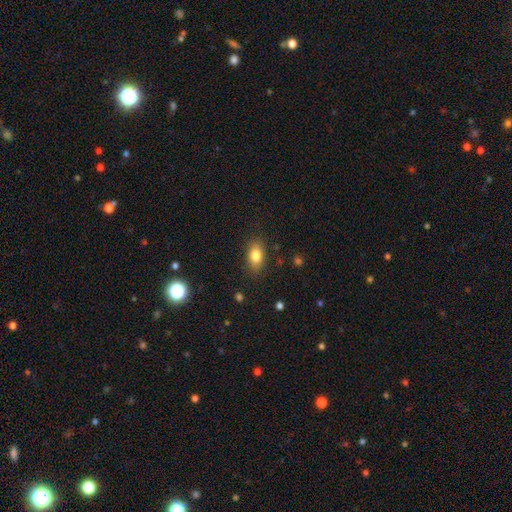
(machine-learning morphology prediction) This is clearly a smooth galaxy (81%). How rounded: clearly in between (85%). Merging: clearly none (84%).